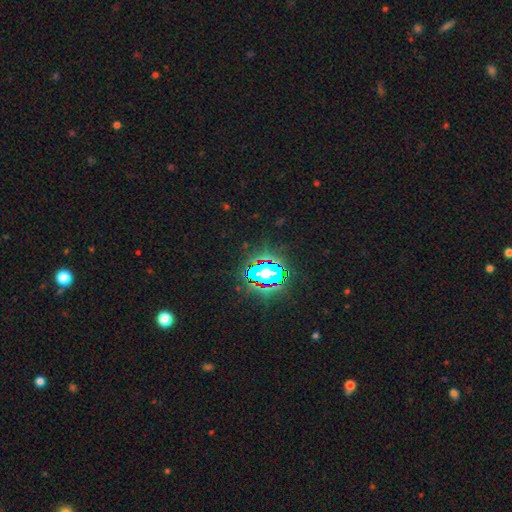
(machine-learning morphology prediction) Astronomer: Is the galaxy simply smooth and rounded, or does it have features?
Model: star or artifact — 82%.